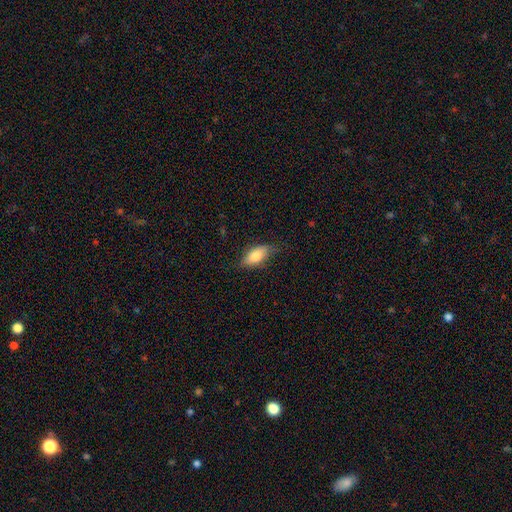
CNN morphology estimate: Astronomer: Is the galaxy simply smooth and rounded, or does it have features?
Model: smooth — 78%.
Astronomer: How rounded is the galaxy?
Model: in between — 87%.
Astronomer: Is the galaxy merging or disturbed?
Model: none — 71%.